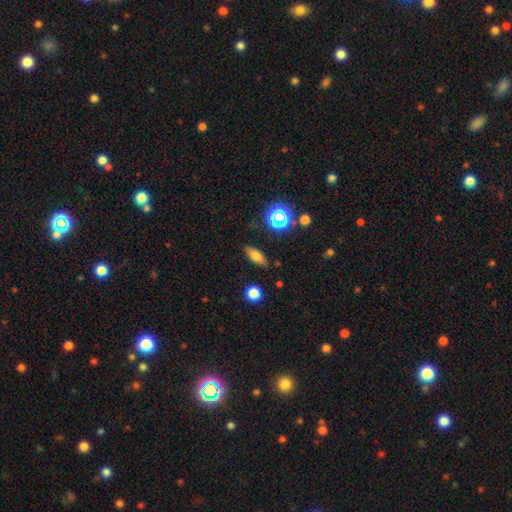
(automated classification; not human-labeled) smooth_or_featured: smooth (p=0.69) [alt: featured or disk p=0.17]
how_rounded: in between (p=0.68) [alt: cigar-shaped p=0.25]
merging: none (p=0.84) [alt: minor disturbance p=0.11]